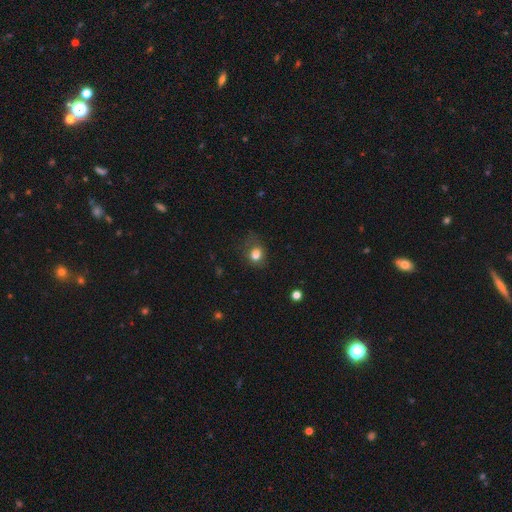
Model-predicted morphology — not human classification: smooth-or-featured: smooth: 80% | star or artifact: 12% | featured or disk: 8%
  how-rounded: round: 54% | in between: 45% | cigar-shaped: 1%
  merging: none: 58% | minor disturbance: 24% | major disturbance: 14% | merger: 3%